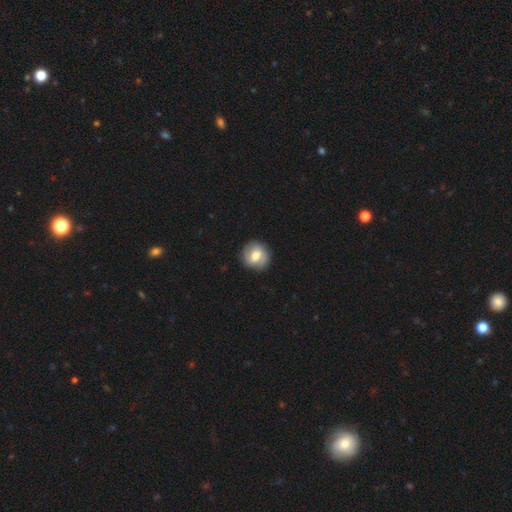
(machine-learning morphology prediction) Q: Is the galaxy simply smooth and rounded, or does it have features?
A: smooth — 56%.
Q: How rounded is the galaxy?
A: round — 86%.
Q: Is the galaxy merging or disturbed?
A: none — 86%.